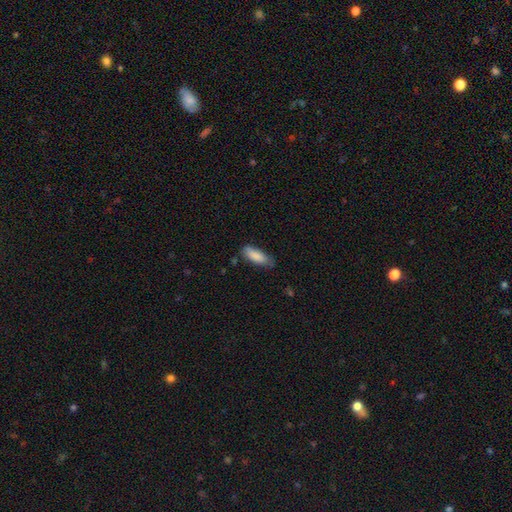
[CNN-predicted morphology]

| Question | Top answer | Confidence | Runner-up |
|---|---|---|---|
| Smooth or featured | smooth | 85% | featured or disk (8%) |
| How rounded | in between | 68% | cigar-shaped (31%) |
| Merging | none | 66% | minor disturbance (27%) |